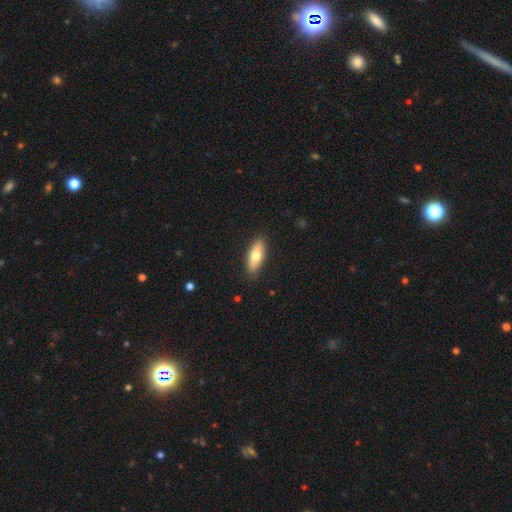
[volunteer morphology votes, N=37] Smooth or featured?
  - smooth: 81% *
  - featured or disk: 11%
  - star or artifact: 8%
How rounded?
  - in between: 63% *
  - cigar-shaped: 37%
  - round: 0%
Merging?
  - none: 91% *
  - minor disturbance: 9%
  - major disturbance: 0%
  - merger: 0%